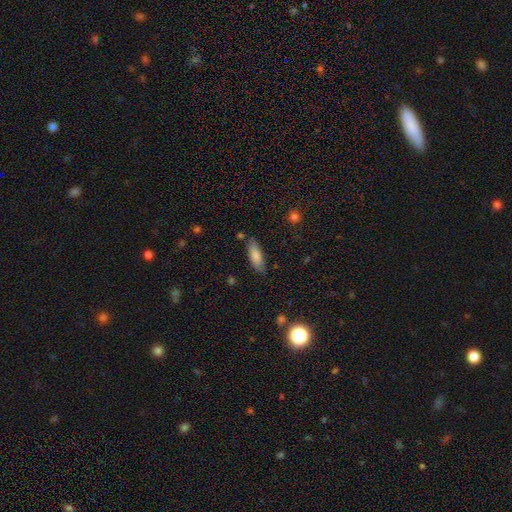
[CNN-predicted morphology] Smooth or featured? Predicted: smooth (p=0.83). How rounded? Predicted: in between (p=0.59). Merging? Predicted: none (p=0.79).